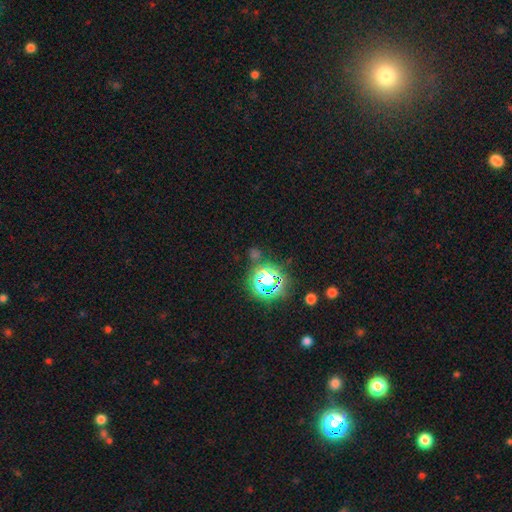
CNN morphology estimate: The model was most divided on "smooth or featured": star or artifact: 68%, smooth: 24%, featured or disk: 8%.